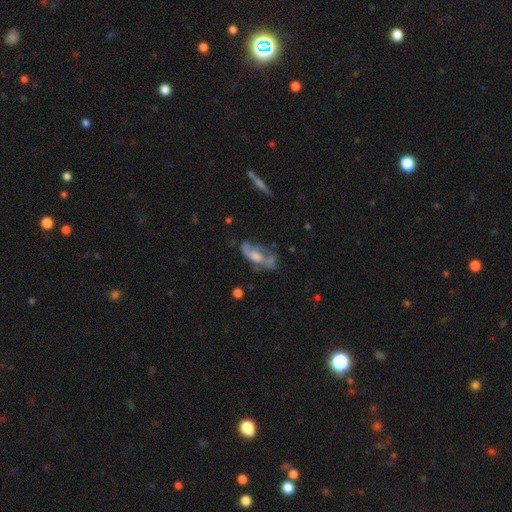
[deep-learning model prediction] This appears to be a featured or disk galaxy (61%) with no bar (64%), spiral arms (67%) and a moderate central bulge (44%). Merging: none (44%).